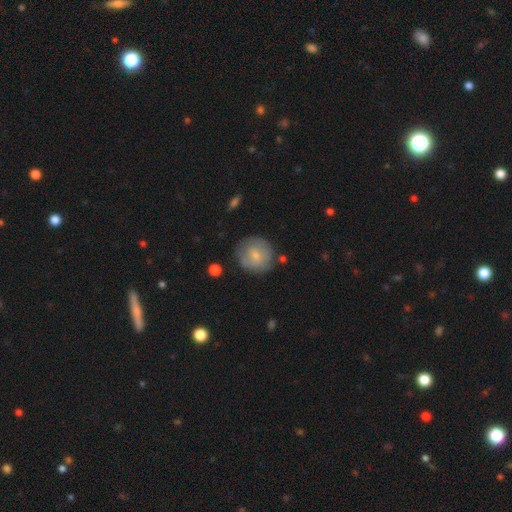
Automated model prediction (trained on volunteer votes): Overall: smooth (69%). How rounded: round (89%). Merging: none (76%).